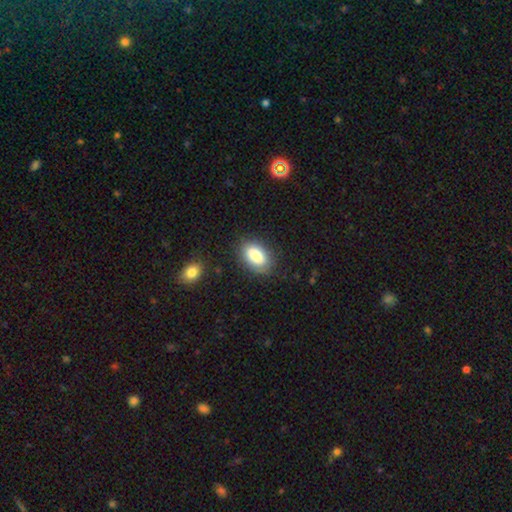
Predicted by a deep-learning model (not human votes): Q: Smooth or featured?
A: smooth (84%); runner-up: featured or disk (9%)
Q: How rounded?
A: in between (90%); runner-up: round (8%)
Q: Merging?
A: none (82%); runner-up: minor disturbance (13%)